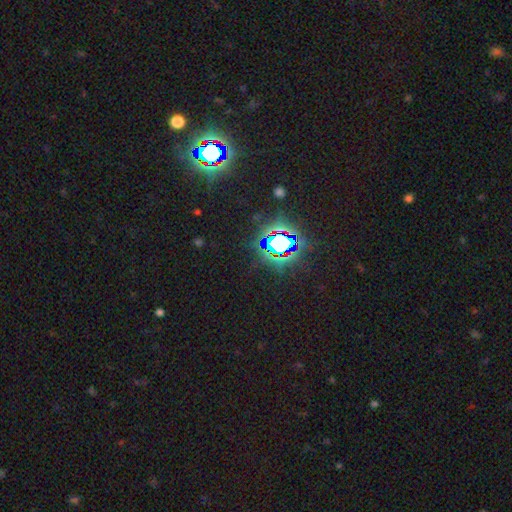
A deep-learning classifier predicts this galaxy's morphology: A star or artifact, not a galaxy (84%).